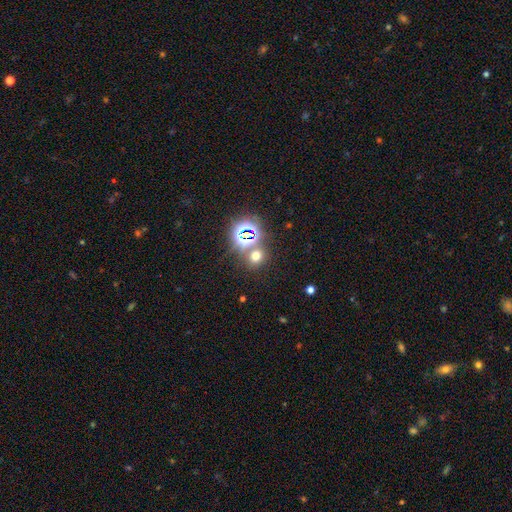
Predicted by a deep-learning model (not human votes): smooth_or_featured: smooth (p=0.54) [alt: star or artifact p=0.39]
how_rounded: round (p=0.72) [alt: in between p=0.27]
merging: none (p=0.72) [alt: merger p=0.16]